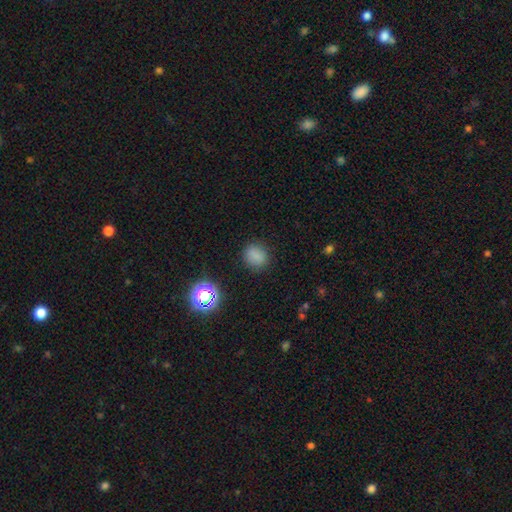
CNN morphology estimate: Q: Smooth or featured?
A: smooth (79%); runner-up: star or artifact (16%)
Q: How rounded?
A: round (68%); runner-up: in between (31%)
Q: Merging?
A: none (85%); runner-up: minor disturbance (10%)